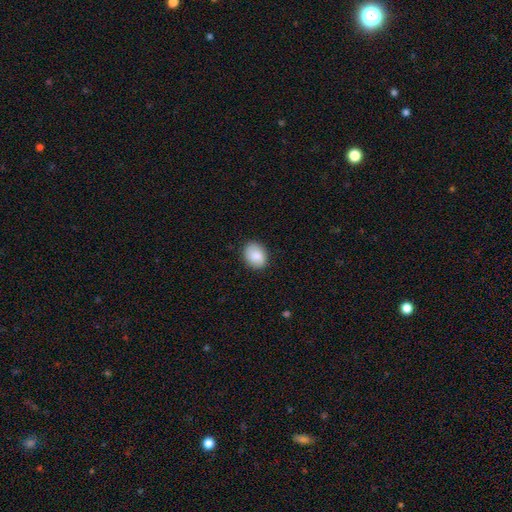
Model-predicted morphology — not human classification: Smooth or featured? smooth (82%)
How rounded? in between (56%)
Merging? none (85%)